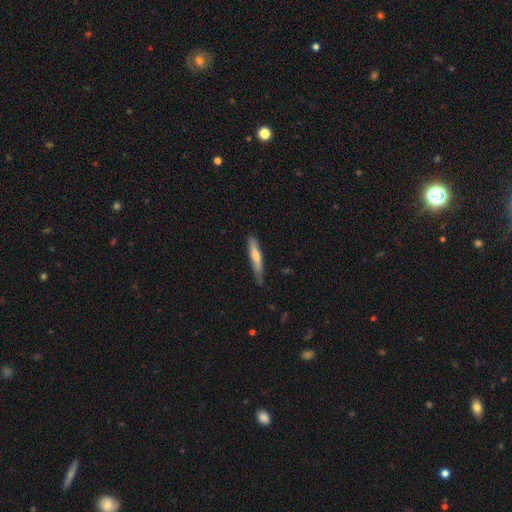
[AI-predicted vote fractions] A smooth galaxy with no disk features (54%) that is cigar-shaped (92%).

Vote fractions:
- Smooth or featured? smooth: 54% / featured or disk: 40% / star or artifact: 6%
- How rounded? cigar-shaped: 92% / in between: 7% / round: 1%
- Merging? none: 76% / minor disturbance: 20% / major disturbance: 3% / merger: 1%